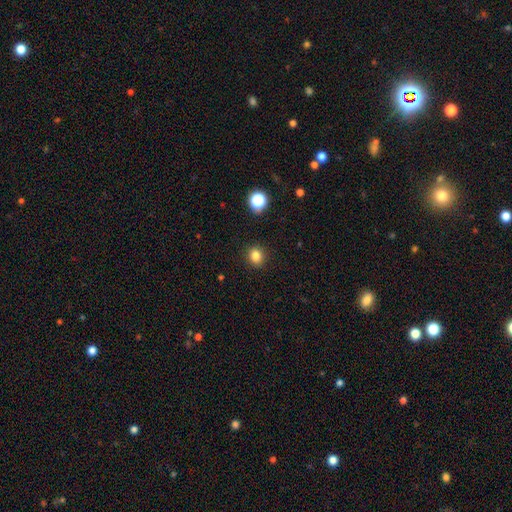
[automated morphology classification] Smooth or featured: smooth — 83% (star or artifact — 13%)
How rounded: round — 72% (in between — 27%)
Merging: none — 90% (minor disturbance — 7%)